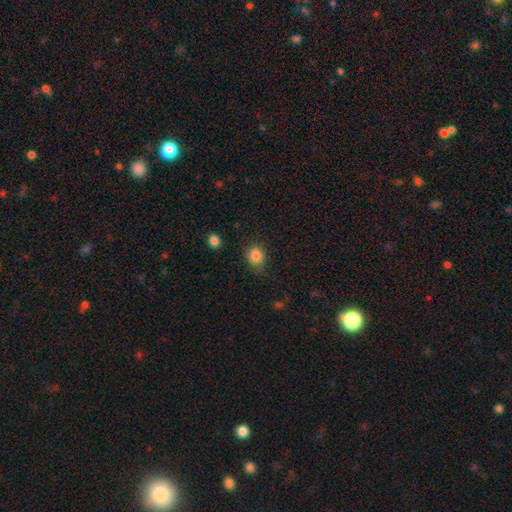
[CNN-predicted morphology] type=smooth (85%); roundness=round (70%); merging=none (80%).